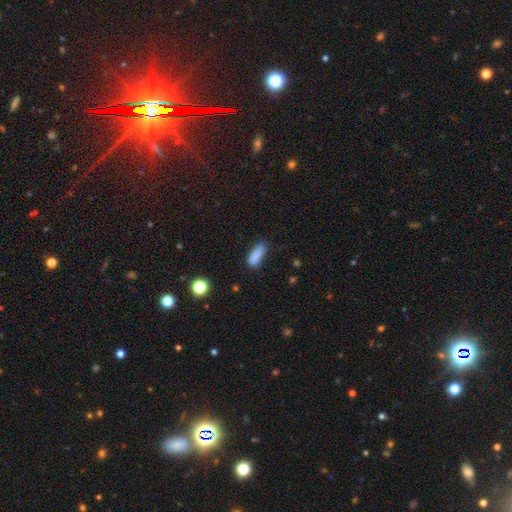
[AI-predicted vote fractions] smooth_or_featured: smooth (p=0.85) [alt: star or artifact p=0.09]
how_rounded: in between (p=0.58) [alt: cigar-shaped p=0.39]
merging: none (p=0.68) [alt: minor disturbance p=0.23]